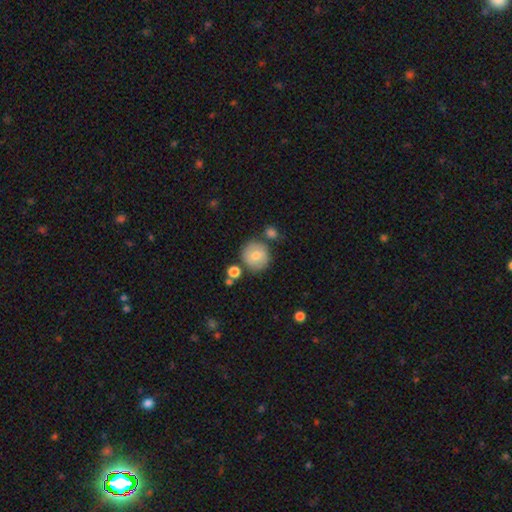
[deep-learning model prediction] Smooth or featured? smooth (76%)
How rounded? round (92%)
Merging? none (72%)